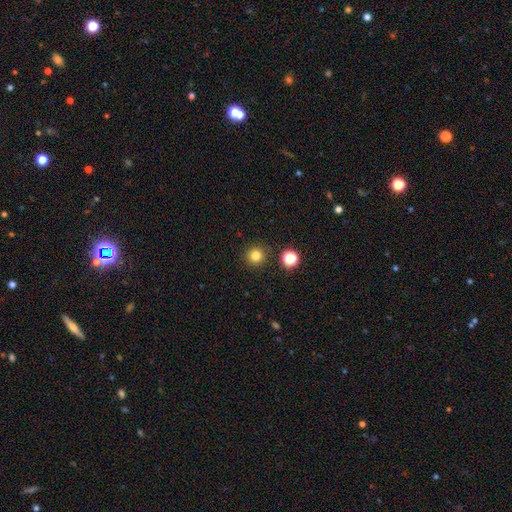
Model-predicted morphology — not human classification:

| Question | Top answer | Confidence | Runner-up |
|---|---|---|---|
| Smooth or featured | smooth | 80% | star or artifact (14%) |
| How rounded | round | 95% | in between (4%) |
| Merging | none | 90% | minor disturbance (5%) |